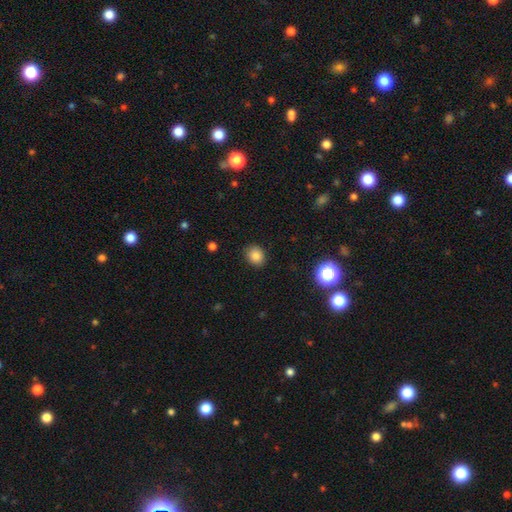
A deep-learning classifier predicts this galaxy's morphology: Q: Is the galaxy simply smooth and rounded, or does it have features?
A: smooth — 83%.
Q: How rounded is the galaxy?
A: round — 69%.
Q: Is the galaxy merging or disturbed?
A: none — 88%.